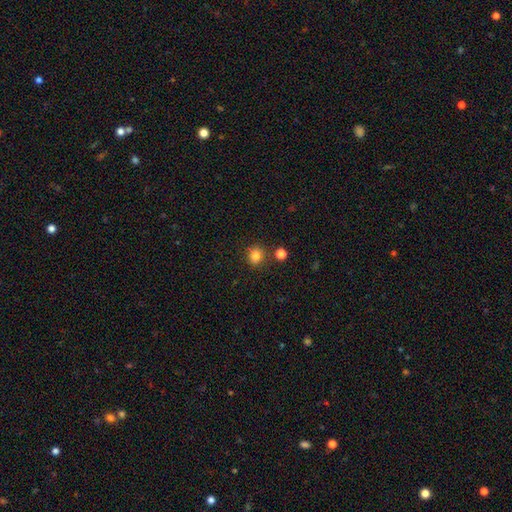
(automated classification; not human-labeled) Q: Smooth or featured?
A: smooth (82%); runner-up: star or artifact (13%)
Q: How rounded?
A: round (81%); runner-up: in between (18%)
Q: Merging?
A: none (81%); runner-up: minor disturbance (10%)